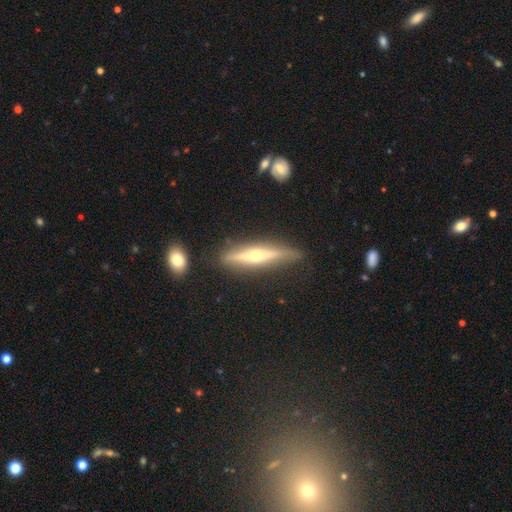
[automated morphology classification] type=featured or disk (72%); edge-on=yes (95%); edge-on bulge=rounded (90%); merging=none (82%).